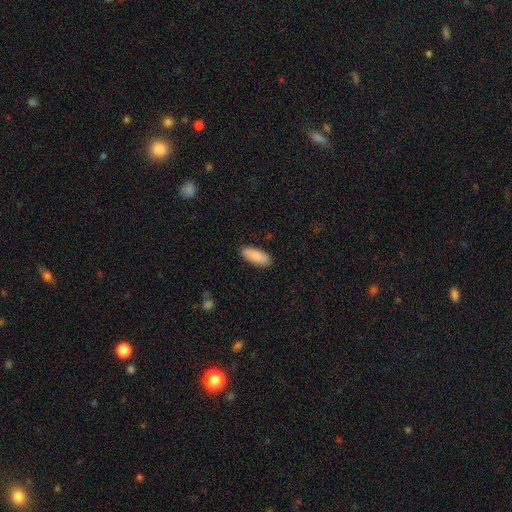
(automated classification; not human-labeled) A smooth galaxy with no disk features (89%) that is in between round and cigar-shaped (73%). Merging: none (90%).